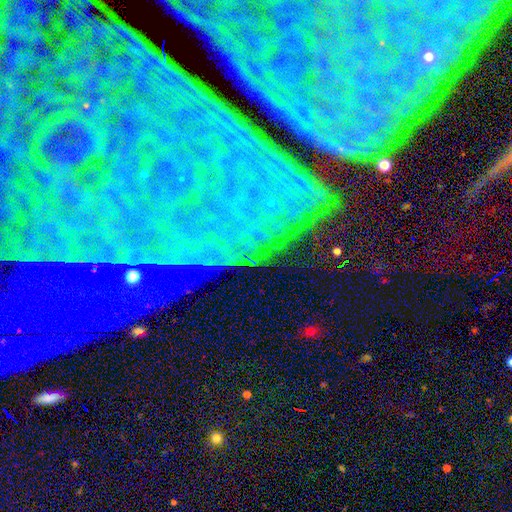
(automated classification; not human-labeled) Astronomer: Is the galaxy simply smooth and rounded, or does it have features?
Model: star or artifact — 80%.